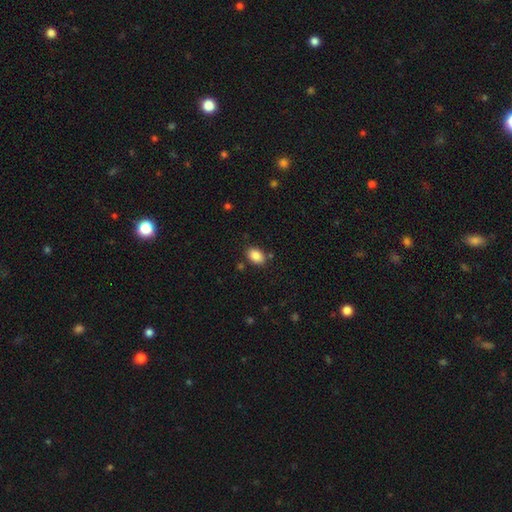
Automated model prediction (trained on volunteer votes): A smooth galaxy with no disk features (87%) that is in between round and cigar-shaped (87%). Merging: none (82%).